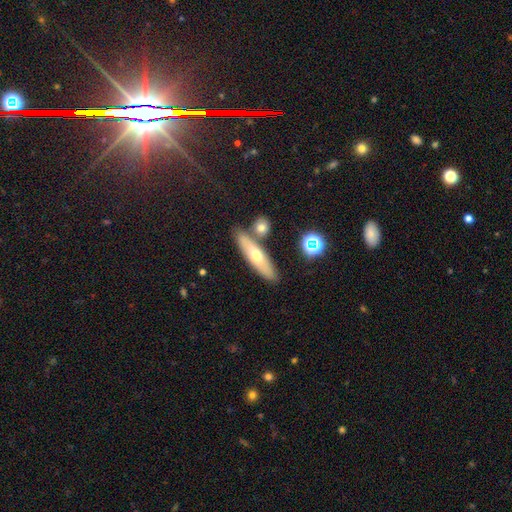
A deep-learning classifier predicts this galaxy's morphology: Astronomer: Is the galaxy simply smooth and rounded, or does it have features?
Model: smooth — 51% (runner-up: featured or disk, 40%).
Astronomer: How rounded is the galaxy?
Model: cigar-shaped — 70%.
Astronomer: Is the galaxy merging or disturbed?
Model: none — 77%.